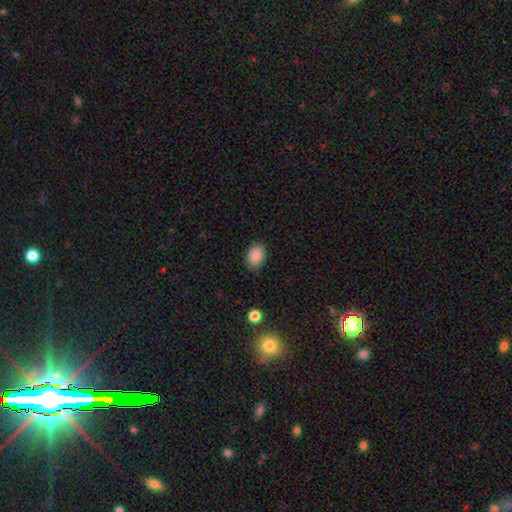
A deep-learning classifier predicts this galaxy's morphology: Overall: smooth (88%). How rounded: in between (77%). Merging: none (87%).